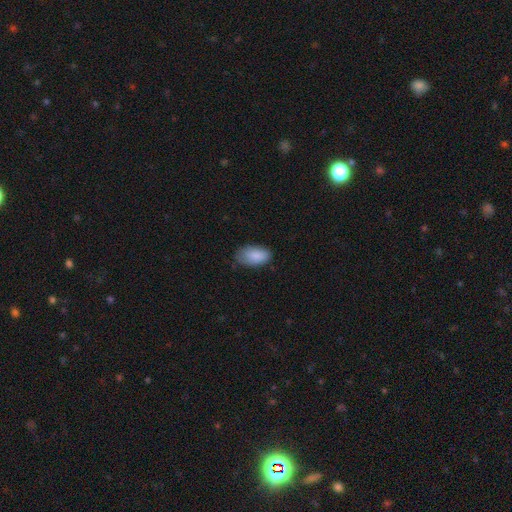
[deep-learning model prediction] This appears to be a smooth galaxy with no disk features (87%) that is in between round and cigar-shaped (94%). Merging: none (70%).